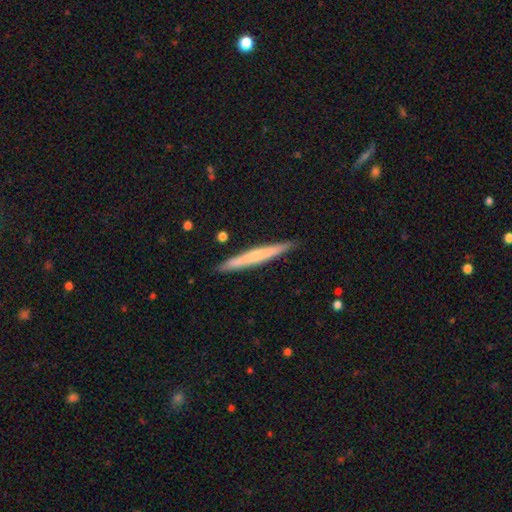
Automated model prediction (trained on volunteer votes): Overall: smooth (52%; featured or disk 43%). How rounded: cigar-shaped (97%). Merging: none (90%).